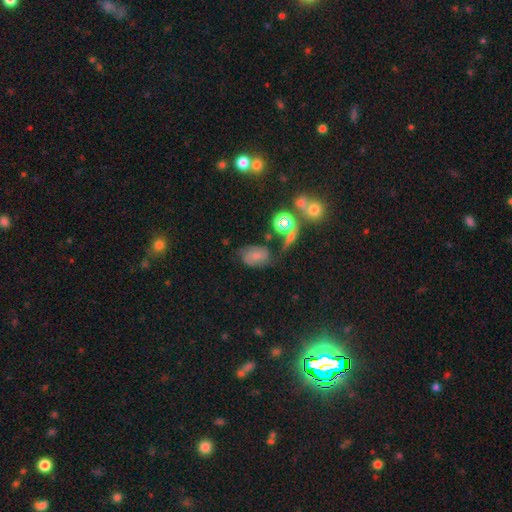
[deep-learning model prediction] This is marginally a featured or disk galaxy (42%). Merging: possibly none (51%).